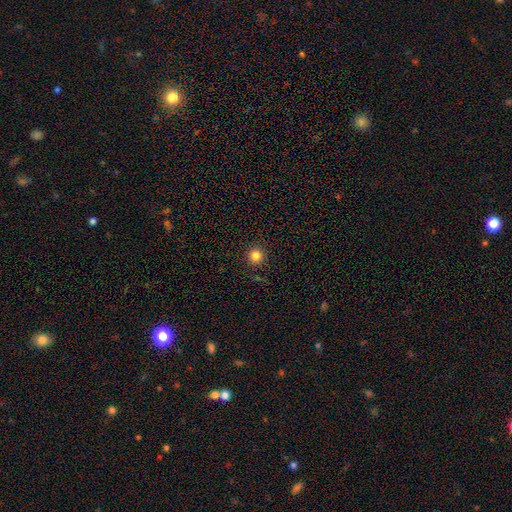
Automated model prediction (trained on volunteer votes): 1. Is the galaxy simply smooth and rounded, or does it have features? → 83% smooth, 13% star or artifact, 5% featured or disk.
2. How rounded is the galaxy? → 94% round, 5% in between, 1% cigar-shaped.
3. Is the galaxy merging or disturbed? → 90% none, 6% minor disturbance, 2% major disturbance, 2% merger.